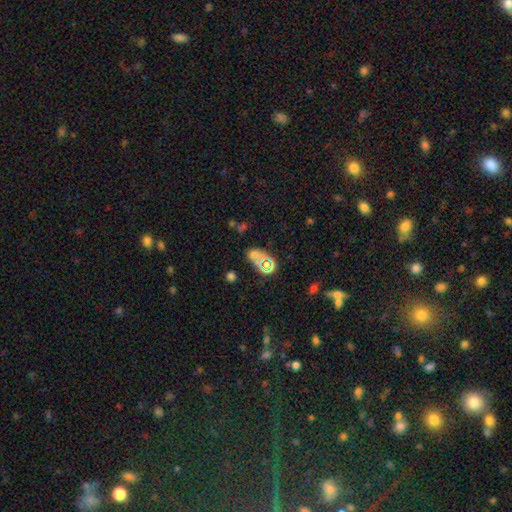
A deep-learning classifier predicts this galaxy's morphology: The model was most divided on "smooth or featured": smooth: 47%, star or artifact: 38%, featured or disk: 15%. Remaining: merging — none (48%).